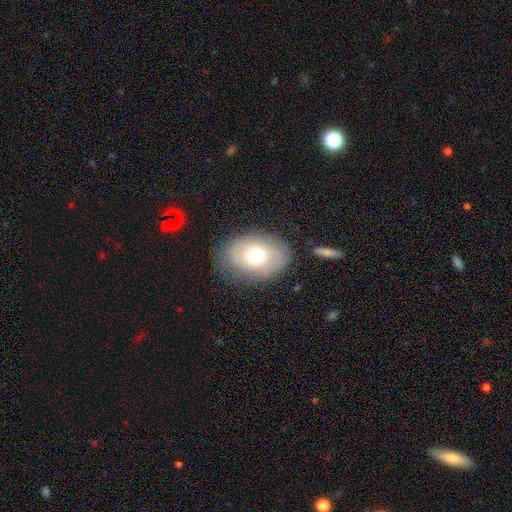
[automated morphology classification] This is likely a smooth galaxy (64%). How rounded: likely in between (80%). Merging: likely none (74%).